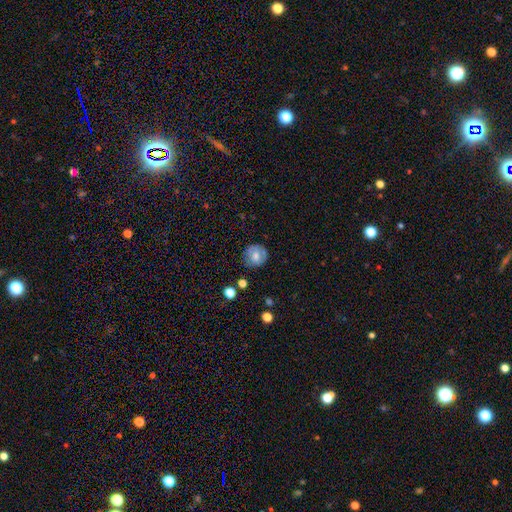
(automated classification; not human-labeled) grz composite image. It shows a smooth galaxy with no disk features (65%) that is round (86%). Merging: none (75%).